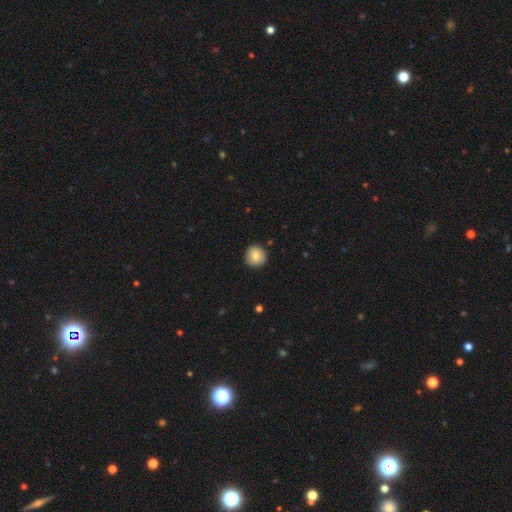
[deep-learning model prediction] smooth 84%, featured or disk 8%, star or artifact 8%. Down the decision tree: how rounded — round (93%); merging — none (90%).